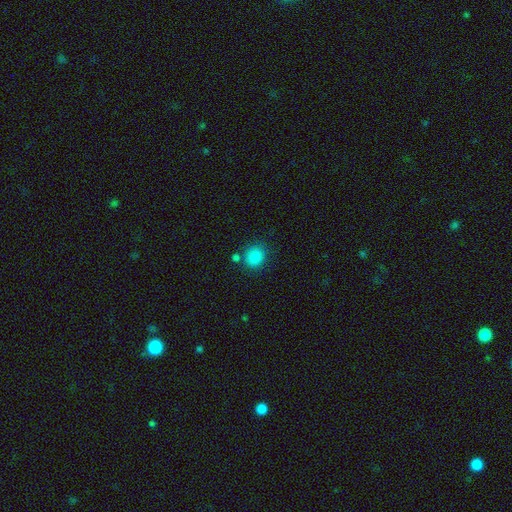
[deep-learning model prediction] smooth_or_featured: smooth (p=0.86) [alt: star or artifact p=0.10]
how_rounded: round (p=0.67) [alt: in between p=0.32]
merging: none (p=0.78) [alt: minor disturbance p=0.11]